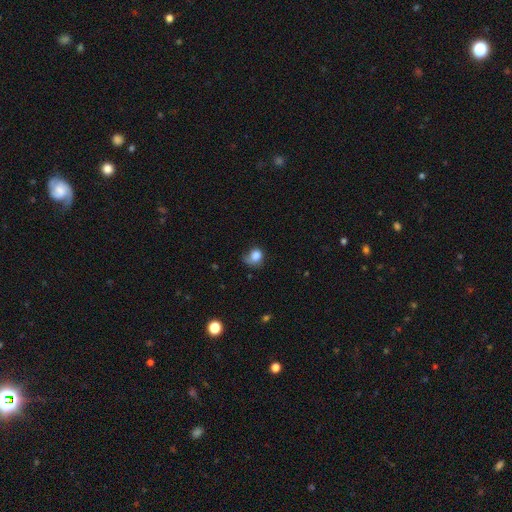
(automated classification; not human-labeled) This is clearly a smooth galaxy (81%). How rounded: likely round (63%). Merging: marginally none (38%).